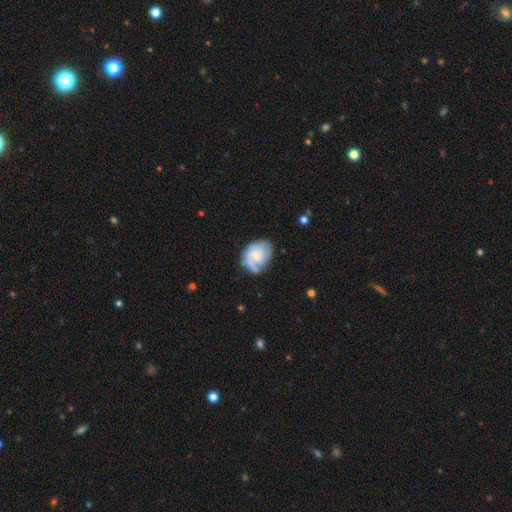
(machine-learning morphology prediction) Overall: featured or disk (62%; smooth 31%). Edge-on disk: no (98%). Bar: no (61%; weak 34%). Spiral arms: yes (86%). Spiral arm count: 2 (35%; can't tell 27%). Spiral winding: tight (42%; medium 40%). Bulge size: small (47%; moderate 35%). Merging: none (56%; minor disturbance 28%).